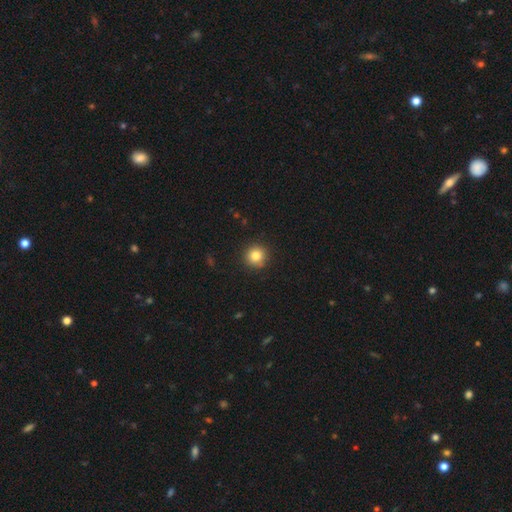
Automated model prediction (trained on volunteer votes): This is clearly a smooth galaxy (83%). How rounded: clearly round (94%). Merging: clearly none (90%).